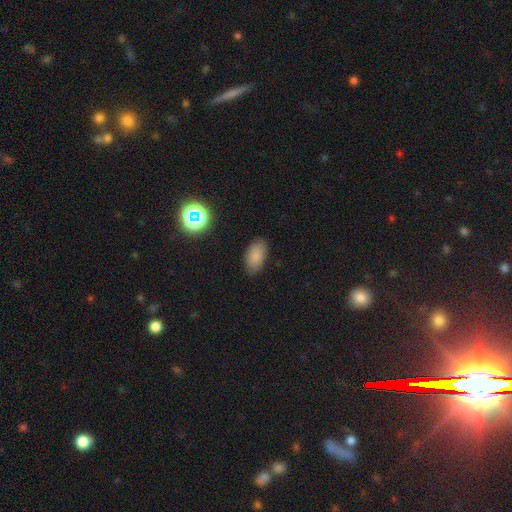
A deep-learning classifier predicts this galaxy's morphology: type=smooth (82%); roundness=in between (93%); merging=none (85%).